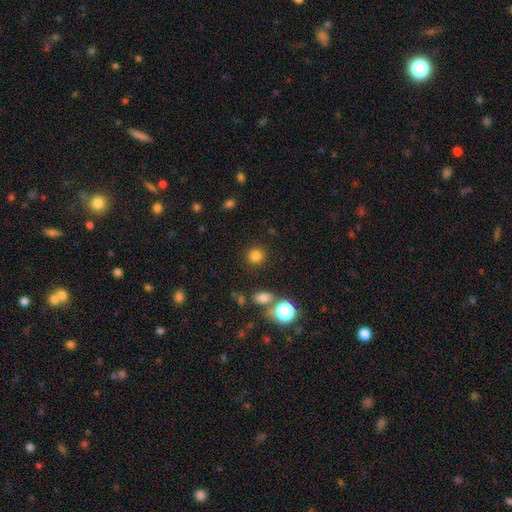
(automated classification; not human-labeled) smooth-or-featured: smooth: 80% | star or artifact: 15% | featured or disk: 5%
  how-rounded: round: 89% | in between: 10% | cigar-shaped: 1%
  merging: none: 86% | minor disturbance: 7% | merger: 4% | major disturbance: 3%